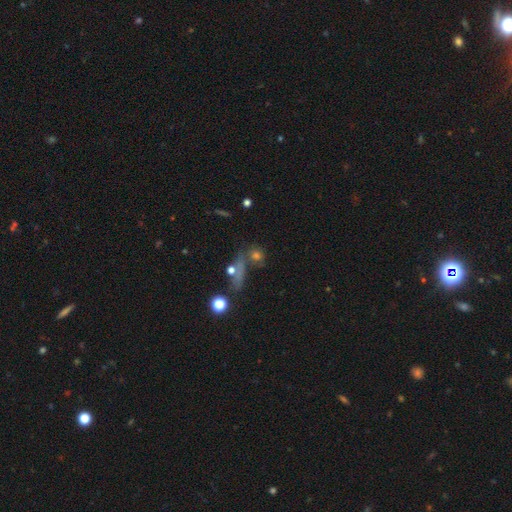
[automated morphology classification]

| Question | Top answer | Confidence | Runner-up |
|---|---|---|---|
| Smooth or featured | smooth | 51% | star or artifact (27%) |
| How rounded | round | 59% | in between (26%) |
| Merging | none | 54% | merger (25%) |